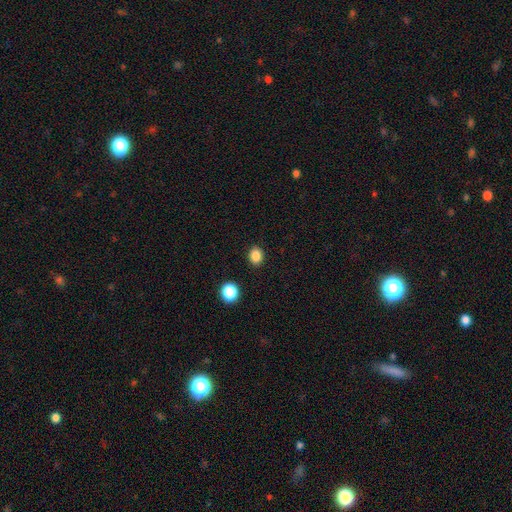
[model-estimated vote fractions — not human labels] Smooth or featured?
  - smooth: 85% *
  - star or artifact: 11%
  - featured or disk: 4%
How rounded?
  - round: 54% *
  - in between: 45%
  - cigar-shaped: 1%
Merging?
  - none: 89% *
  - minor disturbance: 7%
  - major disturbance: 2%
  - merger: 2%